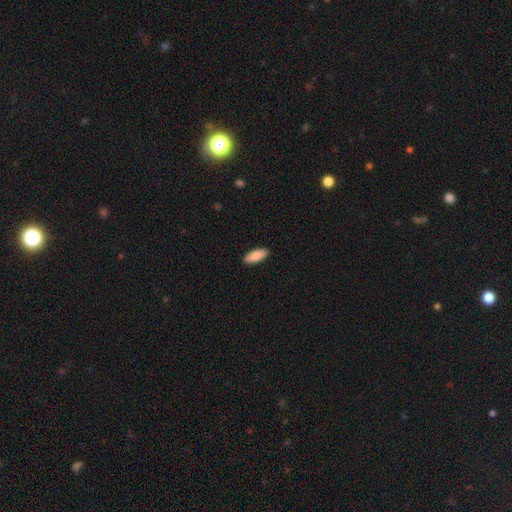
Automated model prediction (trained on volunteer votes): smooth-or-featured: smooth: 88% | featured or disk: 7% | star or artifact: 5%
  how-rounded: in between: 75% | cigar-shaped: 24% | round: 2%
  merging: none: 90% | minor disturbance: 7% | major disturbance: 2% | merger: 1%